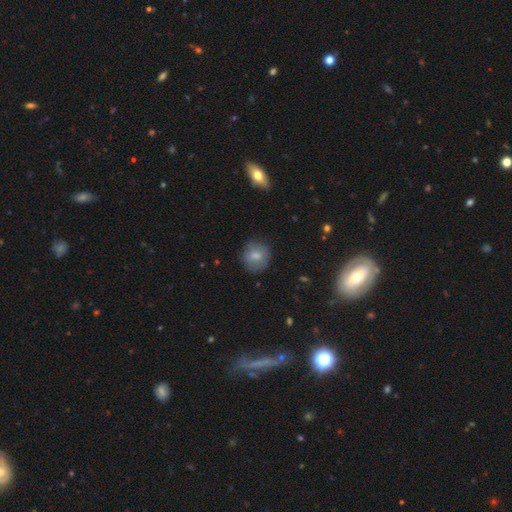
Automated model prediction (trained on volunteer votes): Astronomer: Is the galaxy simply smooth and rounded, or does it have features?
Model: smooth — 77%.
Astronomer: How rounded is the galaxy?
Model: round — 83%.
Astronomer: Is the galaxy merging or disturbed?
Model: none — 81%.